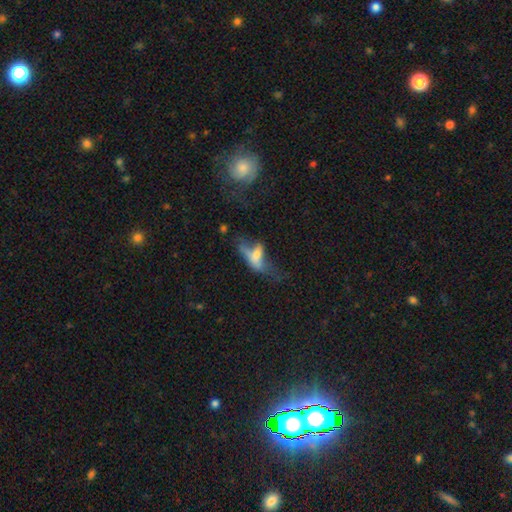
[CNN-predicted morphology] This is possibly a smooth galaxy (46%). Merging: possibly major disturbance (50%).